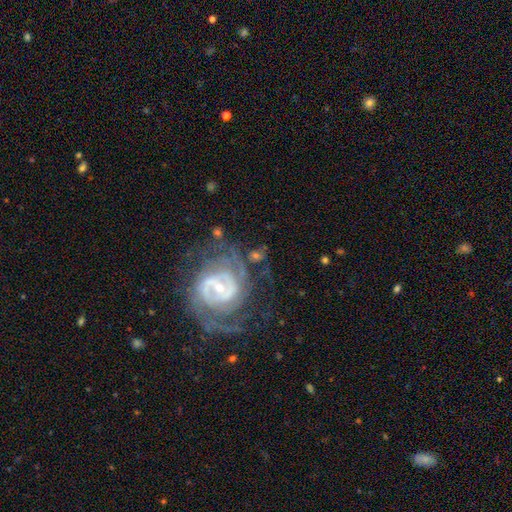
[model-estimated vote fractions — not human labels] A featured or disk galaxy (84%) with no bar (38%), 2 (34%) tight (58%) spiral arms (92%) and a small central bulge (62%). Merging: none (57%).